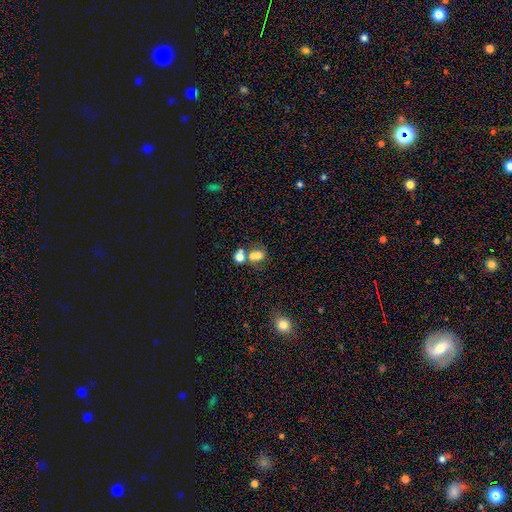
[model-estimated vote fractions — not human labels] This appears to be a smooth galaxy with no disk features (67%) that is round (53%). Merging: merger (51%).